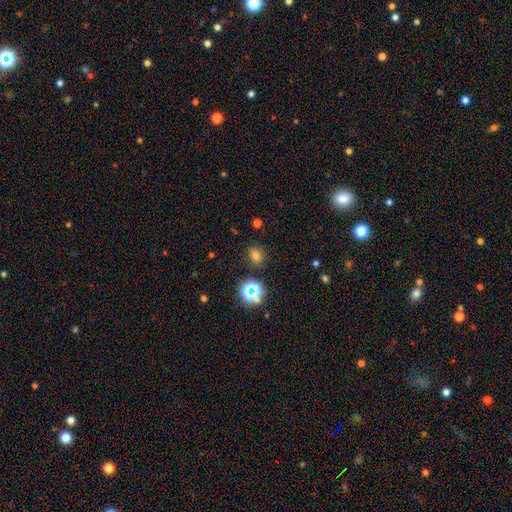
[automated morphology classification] smooth-or-featured: smooth: 68% | star or artifact: 24% | featured or disk: 8%
  how-rounded: in between: 50% | round: 48% | cigar-shaped: 1%
  merging: none: 83% | minor disturbance: 11% | major disturbance: 3% | merger: 3%